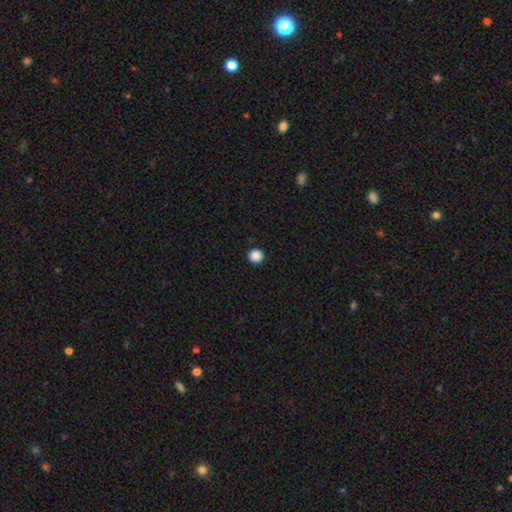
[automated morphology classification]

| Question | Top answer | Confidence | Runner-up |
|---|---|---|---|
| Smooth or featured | smooth | 88% | star or artifact (10%) |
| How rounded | round | 96% | in between (3%) |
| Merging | none | 94% | minor disturbance (4%) |